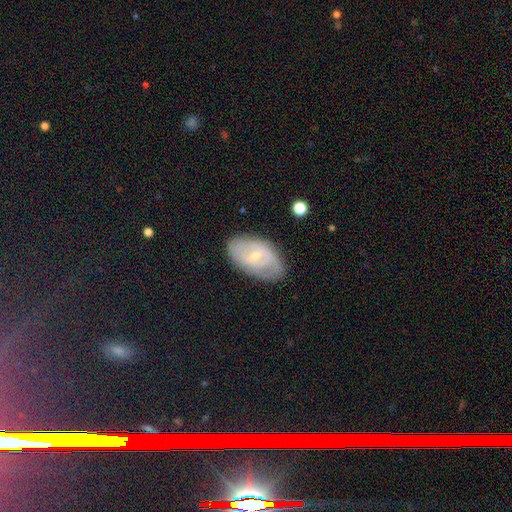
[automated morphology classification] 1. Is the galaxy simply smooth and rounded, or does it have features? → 66% featured or disk, 28% smooth, 7% star or artifact.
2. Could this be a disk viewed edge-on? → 95% no, 5% yes.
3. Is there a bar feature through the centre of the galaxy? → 52% weak, 34% no, 14% strong.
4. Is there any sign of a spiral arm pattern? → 77% yes, 23% no.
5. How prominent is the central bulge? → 70% small, 25% moderate, 3% none, 1% large, 1% dominant.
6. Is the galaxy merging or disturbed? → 74% none, 19% minor disturbance, 5% major disturbance, 1% merger.